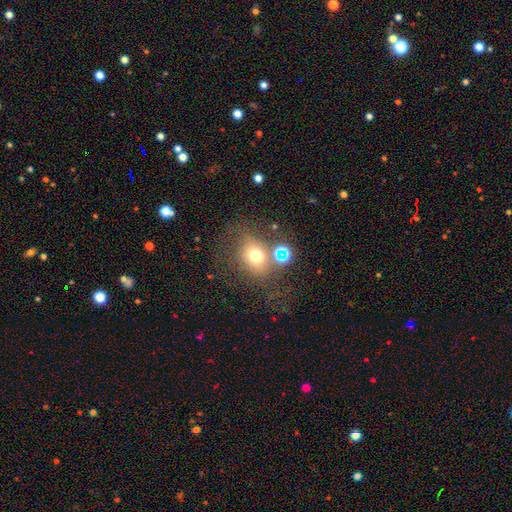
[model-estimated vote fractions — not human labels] A smooth galaxy with no disk features (65%) that is round (59%). Merging: none (53%).